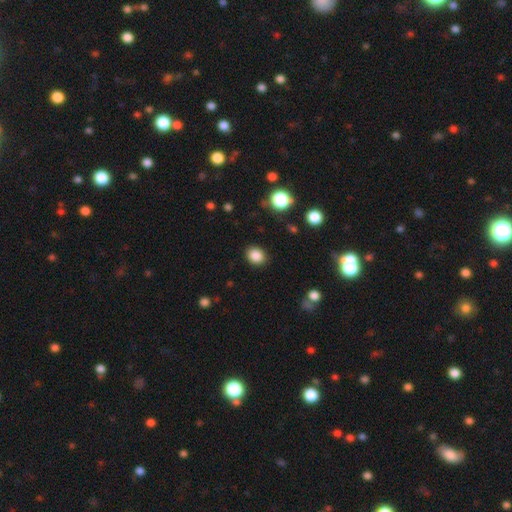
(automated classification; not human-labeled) This appears to be a smooth galaxy with no disk features (86%) that is round (63%). Merging: none (89%).